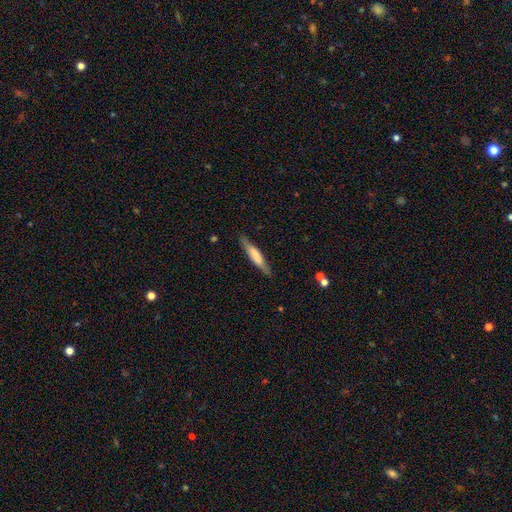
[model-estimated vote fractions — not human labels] Overall: smooth (57%; featured or disk 37%). How rounded: cigar-shaped (86%). Merging: none (84%).